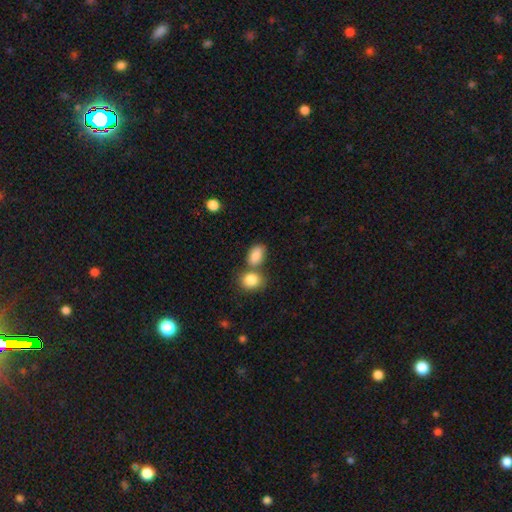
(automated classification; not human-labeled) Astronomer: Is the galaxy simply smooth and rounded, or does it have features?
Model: smooth — 86%.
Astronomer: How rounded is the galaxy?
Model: in between — 82%.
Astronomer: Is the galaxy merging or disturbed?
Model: none — 44% (runner-up: merger, 39%).